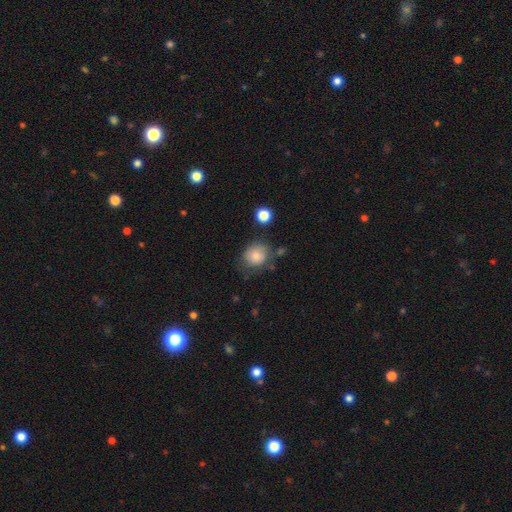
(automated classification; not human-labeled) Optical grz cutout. It shows a smooth galaxy with no disk features (78%) that is round (76%). Merging: none (67%).